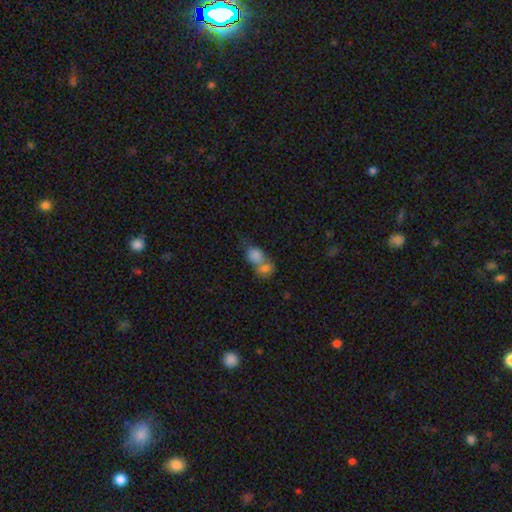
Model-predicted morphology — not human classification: A smooth galaxy with no disk features (78%) that is in between round and cigar-shaped (53%).

Vote fractions:
- Smooth or featured? smooth: 78% / featured or disk: 12% / star or artifact: 10%
- How rounded? in between: 53% / round: 44% / cigar-shaped: 3%
- Merging? merger: 67% / none: 20% / minor disturbance: 7% / major disturbance: 5%